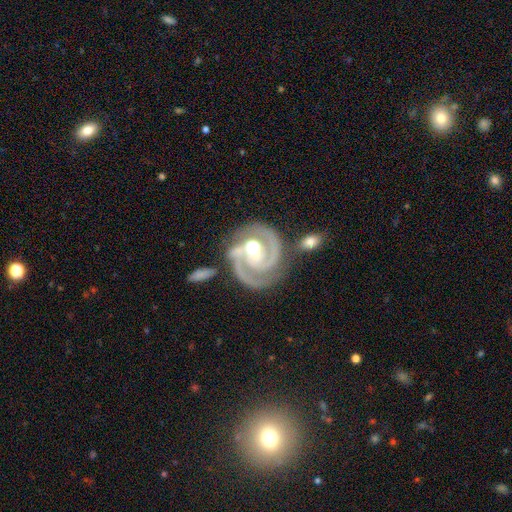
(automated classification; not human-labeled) smooth-or-featured: featured or disk: 91% | star or artifact: 5% | smooth: 4%
  disk-edge-on: no: 98% | yes: 2%
    bar: no: 40% | weak: 38% | strong: 22%
    has-spiral-arms: yes: 98% | no: 2%
      spiral-winding: tight: 60% | medium: 36% | loose: 5%
      spiral-arm-count: 2: 75% | 3: 12% | can't tell: 4% | 1: 4% | 4: 2% | more than 4: 2%
    bulge-size: moderate: 63% | small: 25% | large: 8% | none: 3% | dominant: 1%
  merging: none: 59% | minor disturbance: 18% | merger: 14% | major disturbance: 9%